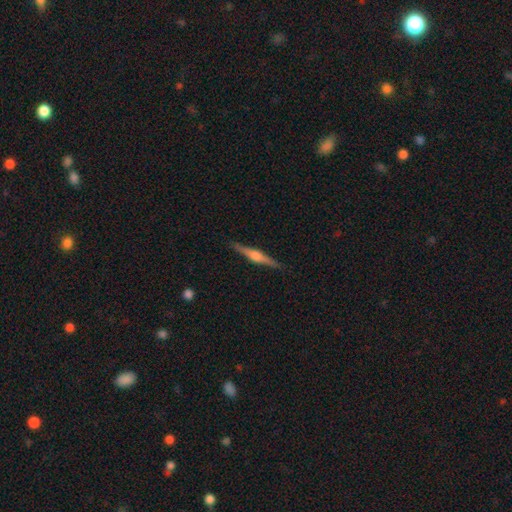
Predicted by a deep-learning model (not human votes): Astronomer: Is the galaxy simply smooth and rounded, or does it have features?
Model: featured or disk — 76%.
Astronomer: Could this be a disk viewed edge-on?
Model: yes — 98%.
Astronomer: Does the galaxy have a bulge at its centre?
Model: rounded — 87%.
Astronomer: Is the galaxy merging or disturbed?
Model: none — 91%.